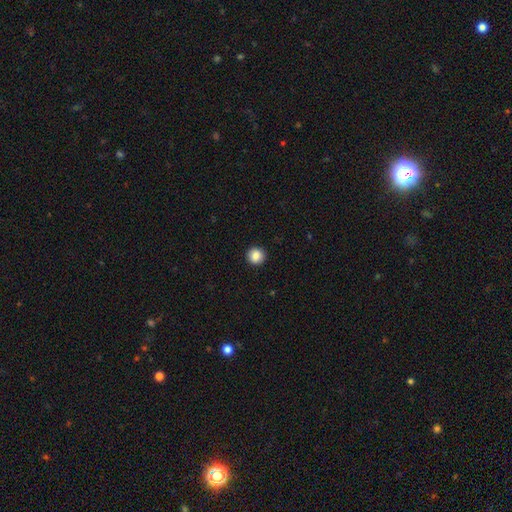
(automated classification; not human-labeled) Q: Smooth or featured?
A: smooth (87%); runner-up: star or artifact (9%)
Q: How rounded?
A: round (93%); runner-up: in between (6%)
Q: Merging?
A: none (93%); runner-up: minor disturbance (5%)